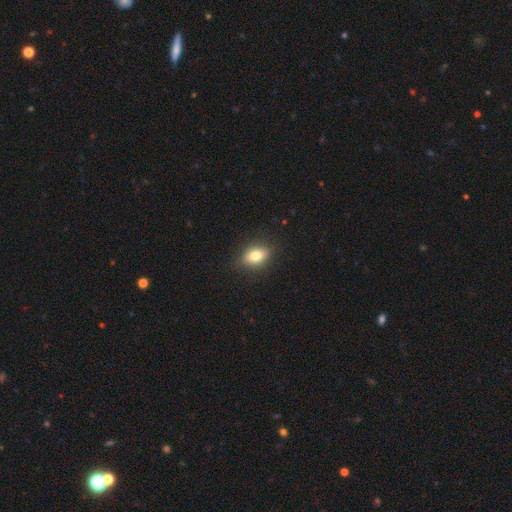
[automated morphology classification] Overall: smooth (78%). How rounded: in between (77%). Merging: none (86%).